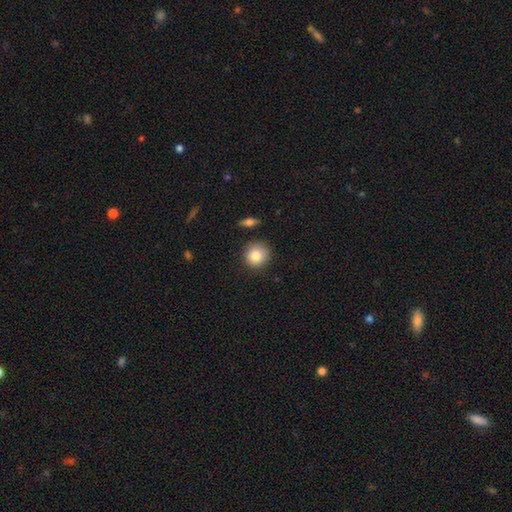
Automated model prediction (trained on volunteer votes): Morphology: type=smooth (85%); roundness=round (90%); merging=none (83%).